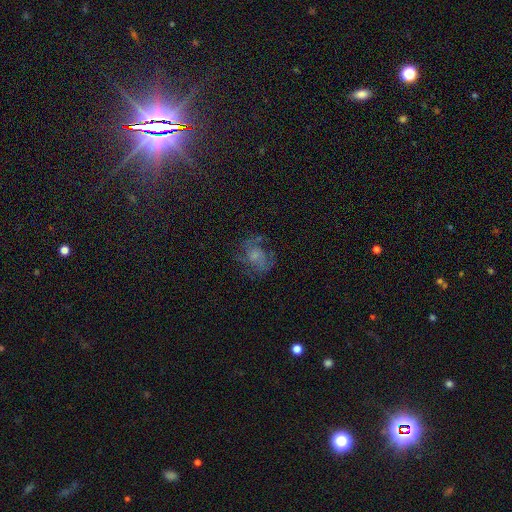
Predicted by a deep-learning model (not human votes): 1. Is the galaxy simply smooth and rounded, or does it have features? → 50% featured or disk, 34% smooth, 16% star or artifact.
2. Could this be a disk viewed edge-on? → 97% no, 3% yes.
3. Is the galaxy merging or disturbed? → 56% none, 22% major disturbance, 20% minor disturbance, 2% merger.